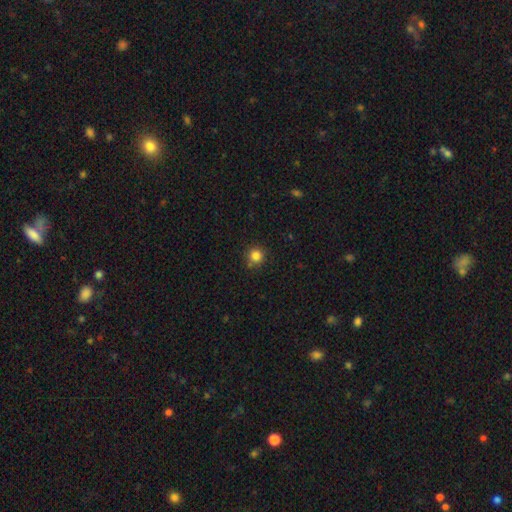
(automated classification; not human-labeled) Smooth or featured: smooth — 83% (star or artifact — 12%)
How rounded: round — 93% (in between — 6%)
Merging: none — 81% (minor disturbance — 12%)